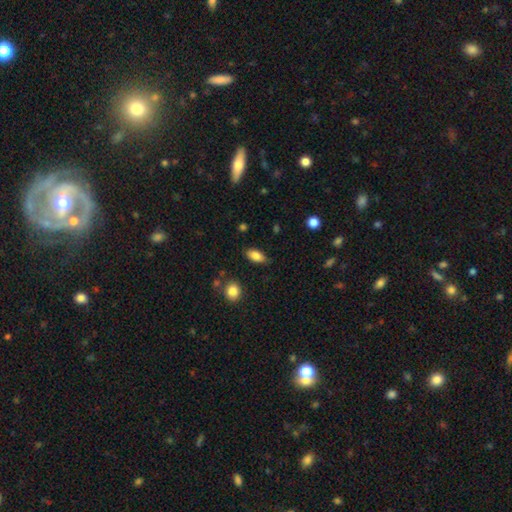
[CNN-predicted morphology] Smooth or featured?
  - smooth: 84% *
  - featured or disk: 8%
  - star or artifact: 8%
How rounded?
  - in between: 89% *
  - cigar-shaped: 7%
  - round: 4%
Merging?
  - none: 82% *
  - minor disturbance: 13%
  - major disturbance: 3%
  - merger: 2%